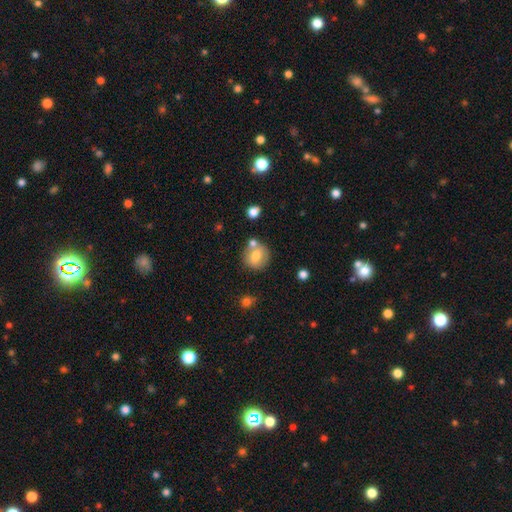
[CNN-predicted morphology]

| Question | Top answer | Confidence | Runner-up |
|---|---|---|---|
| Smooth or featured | smooth | 70% | featured or disk (21%) |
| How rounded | round | 79% | in between (20%) |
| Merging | none | 64% | merger (19%) |